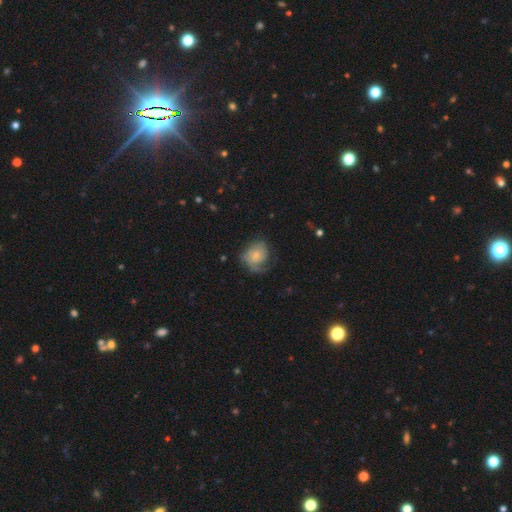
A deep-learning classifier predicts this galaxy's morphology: Overall: smooth (52%; featured or disk 40%). How rounded: round (62%; in between 37%). Merging: none (48%; minor disturbance 29%).